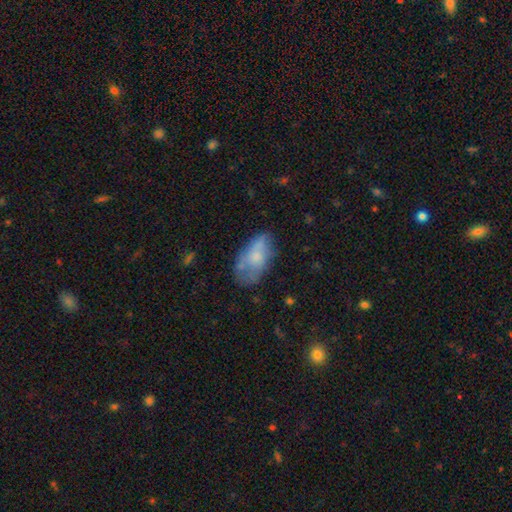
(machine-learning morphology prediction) smooth_or_featured: smooth (p=0.59) [alt: featured or disk p=0.33]
how_rounded: in between (p=0.92) [alt: cigar-shaped p=0.04]
merging: none (p=0.47) [alt: minor disturbance p=0.30]